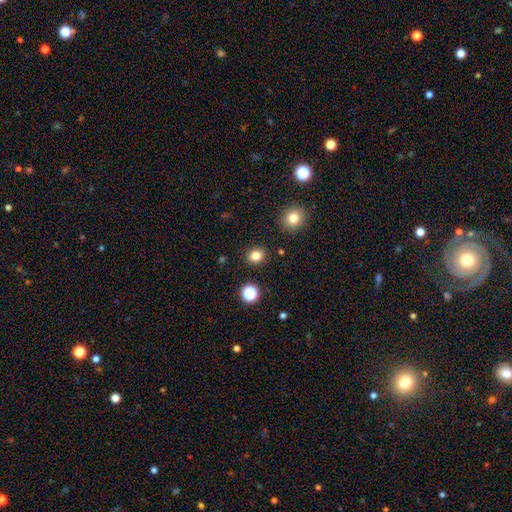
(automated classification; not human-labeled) A smooth galaxy with no disk features (82%) that is round (68%). Merging: none (90%).